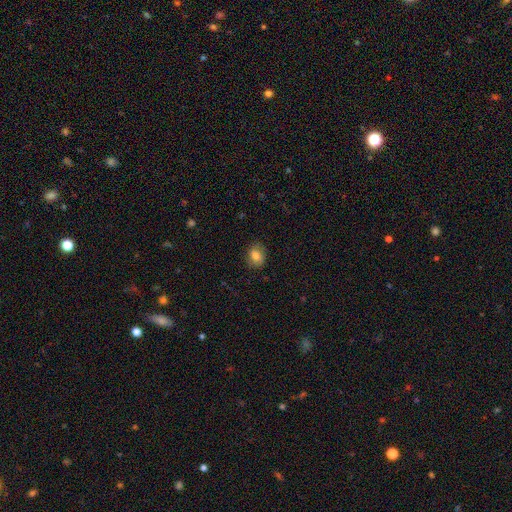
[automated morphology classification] Overall: smooth (79%). How rounded: in between (50%; round 49%). Merging: none (82%).